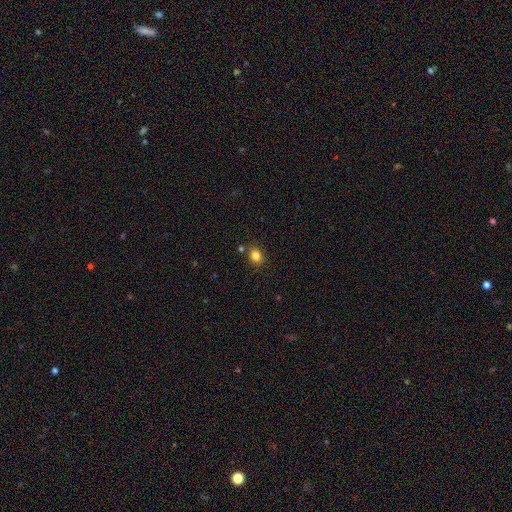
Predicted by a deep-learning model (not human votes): smooth 82%, star or artifact 12%, featured or disk 6%. Down the decision tree: how rounded — round (67%); merging — none (83%).